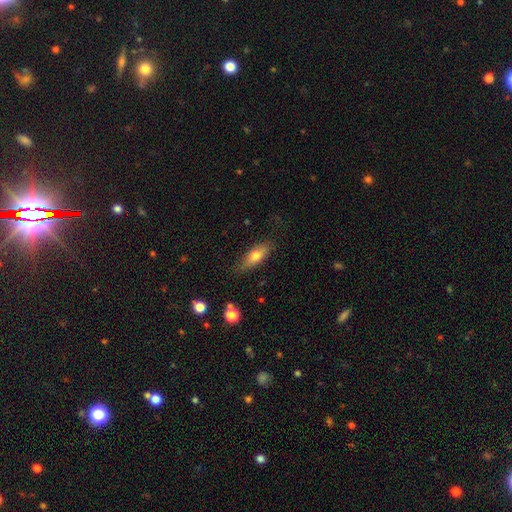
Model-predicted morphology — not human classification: type=smooth (68%); roundness=in between (65%); merging=none (79%).